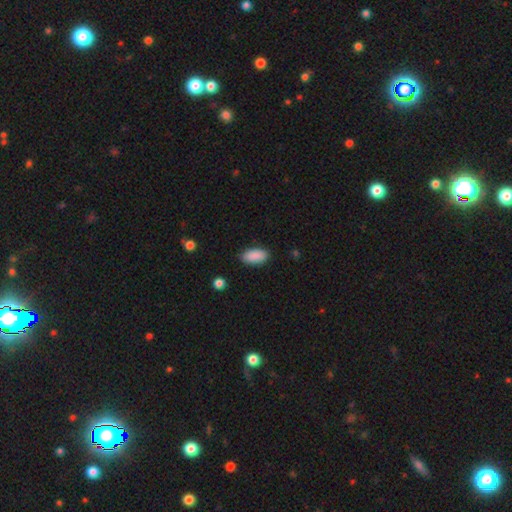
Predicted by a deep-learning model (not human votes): A smooth galaxy with no disk features (90%) that is in between round and cigar-shaped (92%).

Vote fractions:
- Smooth or featured? smooth: 90% / star or artifact: 7% / featured or disk: 3%
- How rounded? in between: 92% / cigar-shaped: 6% / round: 2%
- Merging? none: 88% / minor disturbance: 9% / major disturbance: 2% / merger: 1%